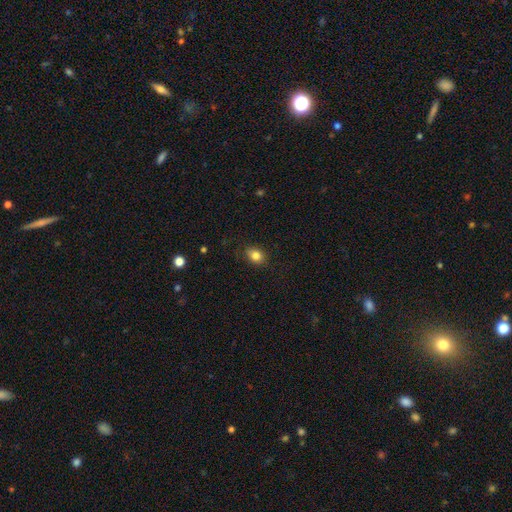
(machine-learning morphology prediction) Smooth or featured?
  - smooth: 83% *
  - star or artifact: 10%
  - featured or disk: 7%
How rounded?
  - in between: 53% *
  - round: 45%
  - cigar-shaped: 1%
Merging?
  - none: 84% *
  - minor disturbance: 12%
  - major disturbance: 3%
  - merger: 1%